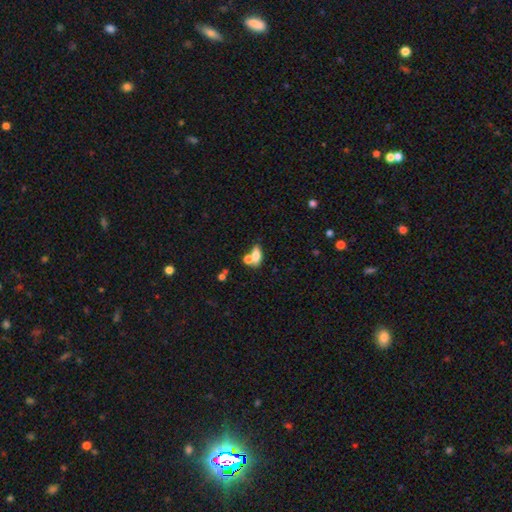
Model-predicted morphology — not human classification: This is likely a smooth galaxy (69%). How rounded: likely in between (78%). Merging: marginally none (42%).